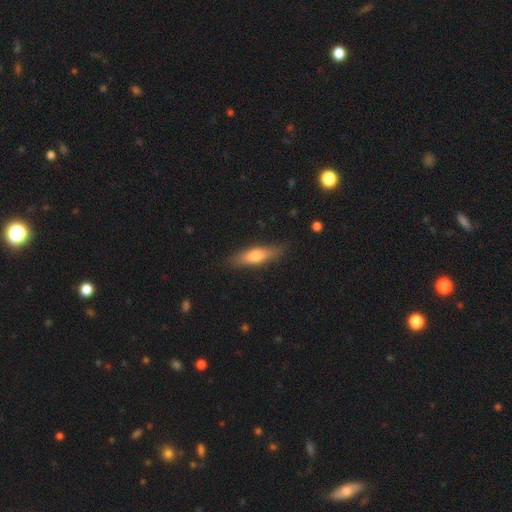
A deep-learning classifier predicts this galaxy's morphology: Smooth or featured?
  - smooth: 62% *
  - featured or disk: 32%
  - star or artifact: 6%
How rounded?
  - cigar-shaped: 64% *
  - in between: 33%
  - round: 2%
Merging?
  - none: 84% *
  - minor disturbance: 12%
  - major disturbance: 3%
  - merger: 1%